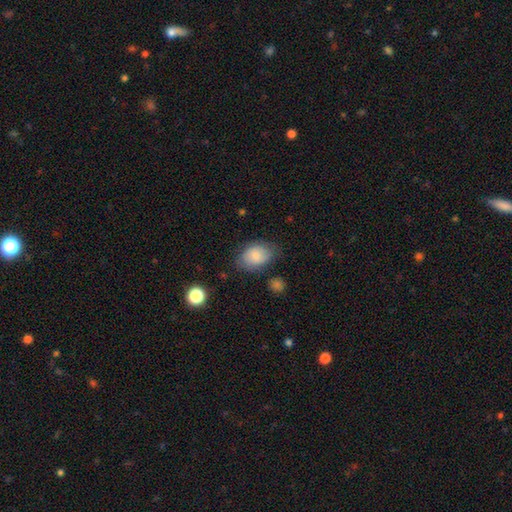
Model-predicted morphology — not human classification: A smooth galaxy with no disk features (78%) that is in between round and cigar-shaped (81%).

Vote fractions:
- Smooth or featured? smooth: 78% / featured or disk: 15% / star or artifact: 7%
- How rounded? in between: 81% / round: 18% / cigar-shaped: 1%
- Merging? none: 69% / minor disturbance: 22% / major disturbance: 6% / merger: 3%